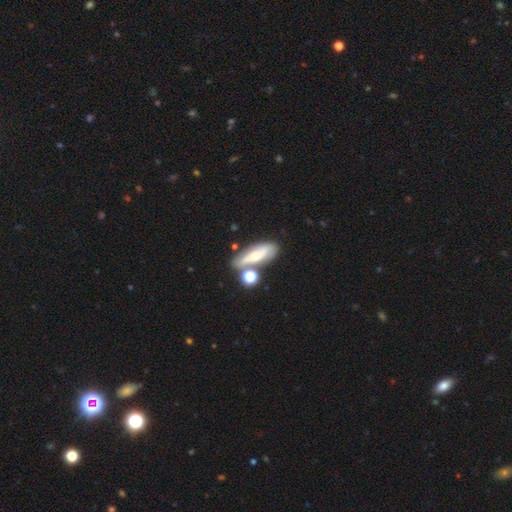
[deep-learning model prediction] featured or disk 48%, smooth 43%, star or artifact 9%. Down the decision tree: merging — none (57%).